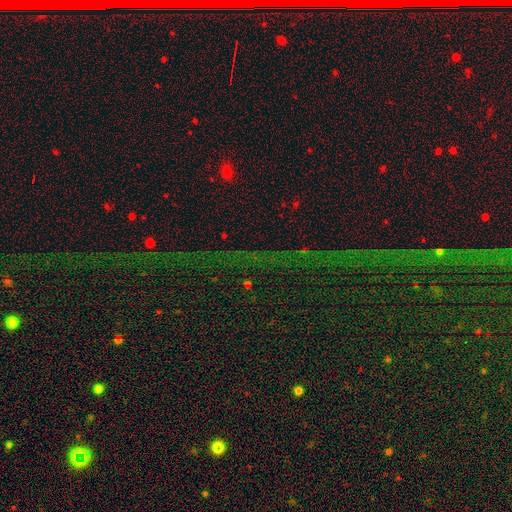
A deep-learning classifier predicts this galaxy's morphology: A star or artifact, not a galaxy (84%).